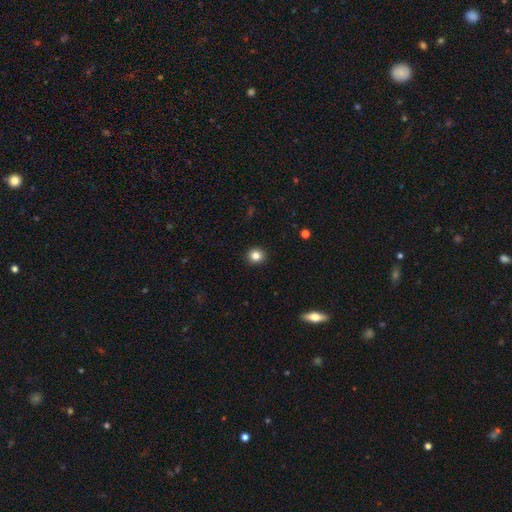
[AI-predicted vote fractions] This is clearly a smooth galaxy (84%). How rounded: clearly round (87%). Merging: clearly none (92%).